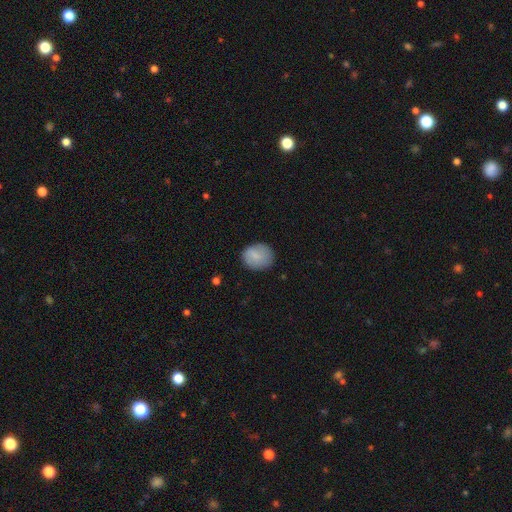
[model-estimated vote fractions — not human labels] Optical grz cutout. It shows a smooth galaxy with no disk features (77%) that is round (56%). Merging: none (78%).